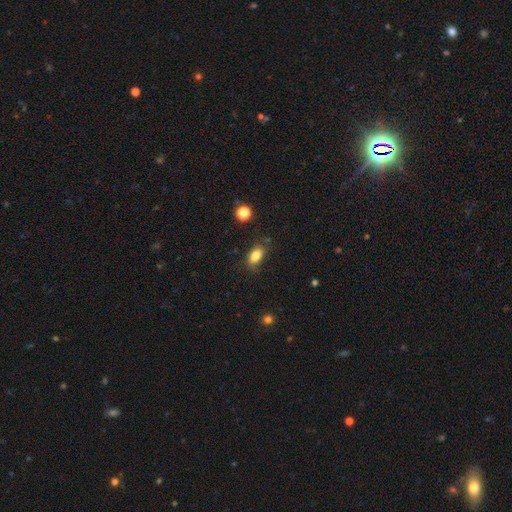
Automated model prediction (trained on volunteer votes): Overall: smooth (84%). How rounded: in between (87%). Merging: none (81%).